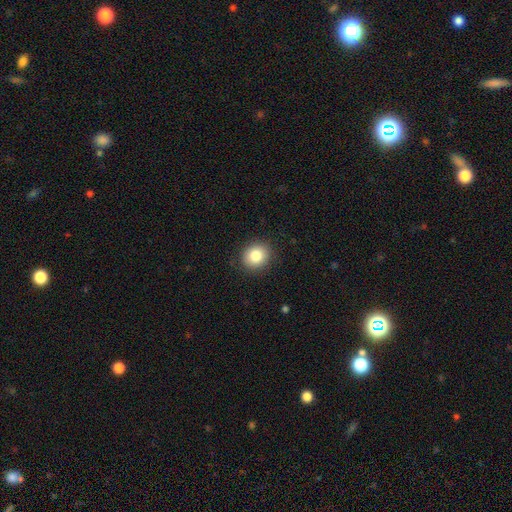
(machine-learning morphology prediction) This is clearly a smooth galaxy (83%). How rounded: likely round (74%). Merging: clearly none (89%).